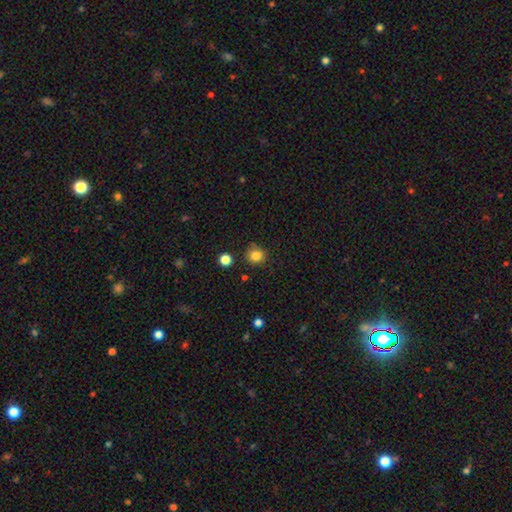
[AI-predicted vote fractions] Q: Smooth or featured?
A: smooth (83%); runner-up: star or artifact (12%)
Q: How rounded?
A: round (88%); runner-up: in between (11%)
Q: Merging?
A: none (81%); runner-up: minor disturbance (12%)